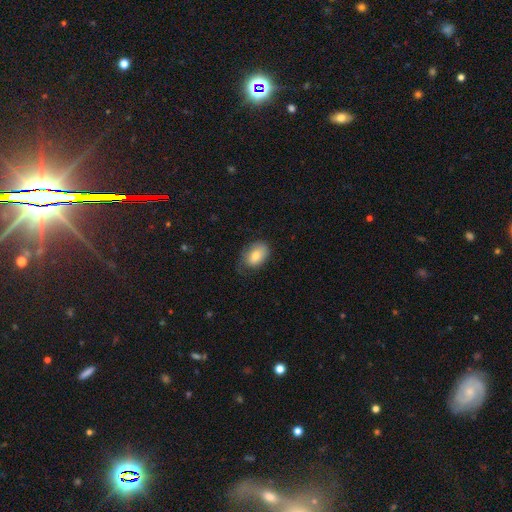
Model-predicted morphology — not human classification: A smooth galaxy with no disk features (75%) that is in between round and cigar-shaped (87%).

Vote fractions:
- Smooth or featured? smooth: 75% / featured or disk: 17% / star or artifact: 7%
- How rounded? in between: 87% / round: 12% / cigar-shaped: 1%
- Merging? none: 57% / minor disturbance: 30% / major disturbance: 12% / merger: 1%